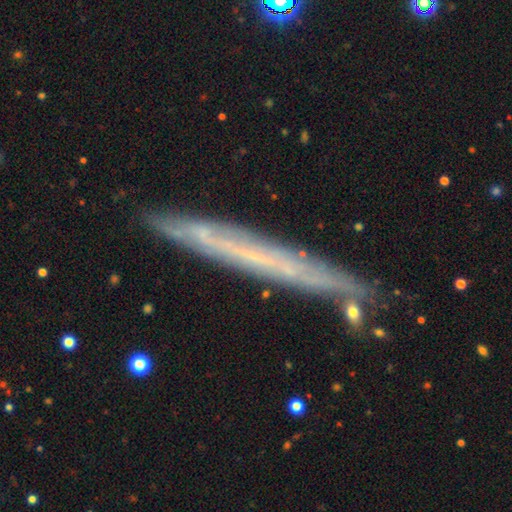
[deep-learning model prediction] The model was most divided on "smooth or featured": featured or disk: 59%, smooth: 31%, star or artifact: 10%. More confident: edge-on bulge — none (91%); edge-on disk — yes (89%); merging — none (85%).